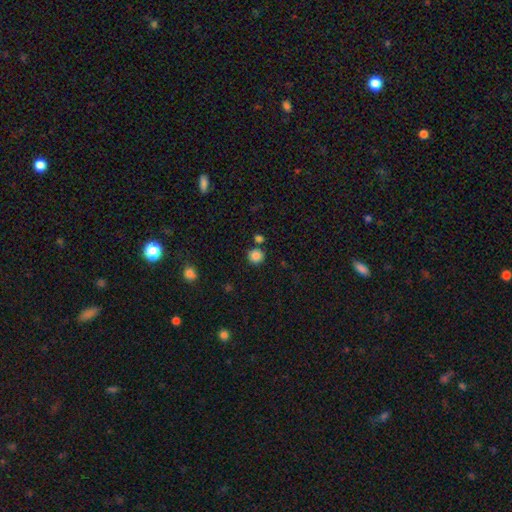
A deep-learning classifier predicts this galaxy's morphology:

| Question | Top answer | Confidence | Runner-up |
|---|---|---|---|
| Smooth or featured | smooth | 85% | star or artifact (10%) |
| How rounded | round | 93% | in between (6%) |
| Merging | none | 81% | merger (9%) |